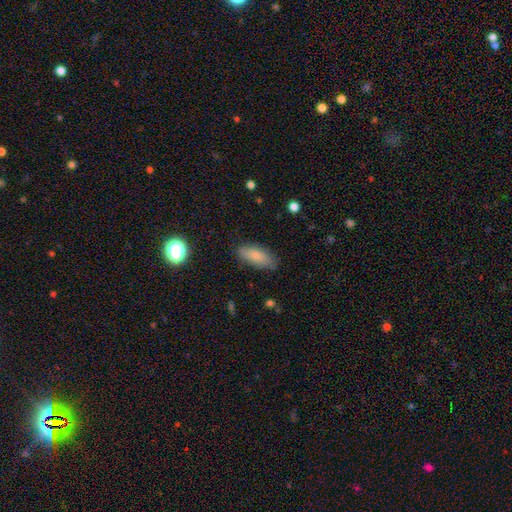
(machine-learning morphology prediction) This is likely a smooth galaxy (80%). How rounded: likely in between (77%). Merging: clearly none (81%).